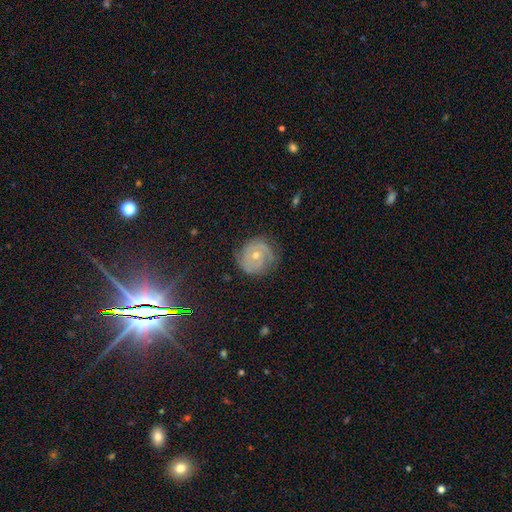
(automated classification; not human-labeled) featured or disk 76%, smooth 15%, star or artifact 8%. Down the decision tree: edge-on disk — no (98%); bar — no (73%); spiral arms — yes (92%); spiral arm count — 2 (58%); spiral winding — tight (67%); bulge size — moderate (52%); merging — none (77%).